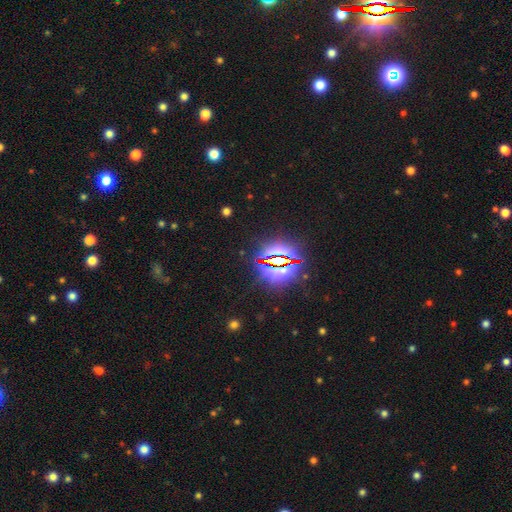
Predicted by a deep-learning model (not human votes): A star or artifact, not a galaxy (84%).